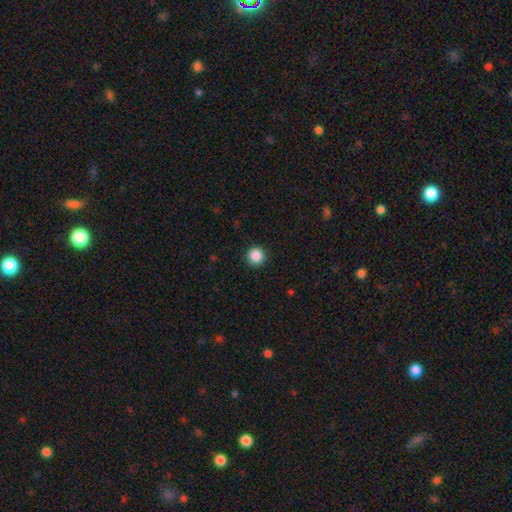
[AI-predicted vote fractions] smooth 87%, star or artifact 10%, featured or disk 3%. Down the decision tree: how rounded — round (96%); merging — none (92%).